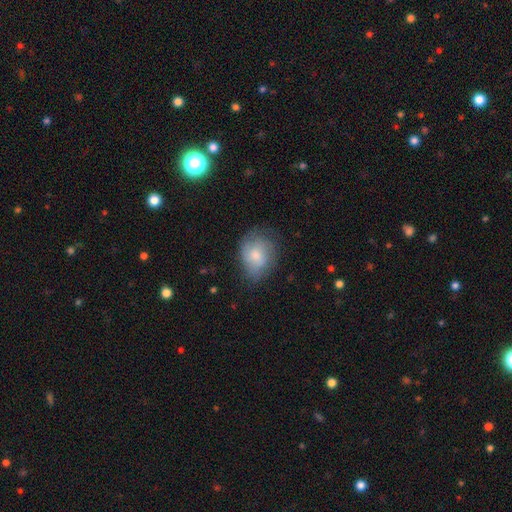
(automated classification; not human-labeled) Overall: smooth (69%). How rounded: in between (61%; round 38%). Merging: none (54%; minor disturbance 32%).